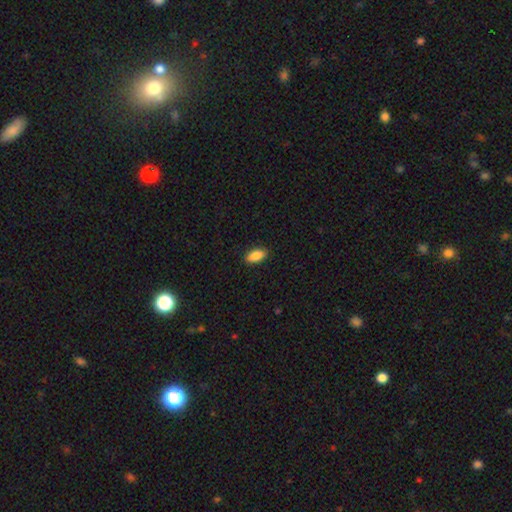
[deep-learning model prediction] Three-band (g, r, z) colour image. It shows a smooth galaxy with no disk features (88%) that is in between round and cigar-shaped (91%). Merging: none (90%).